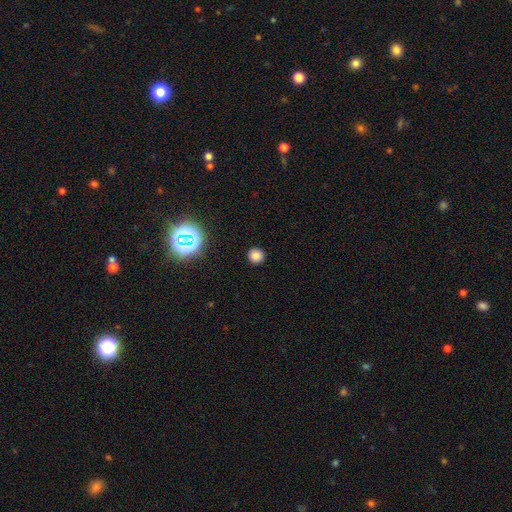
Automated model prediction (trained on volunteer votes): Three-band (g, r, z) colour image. It shows a smooth galaxy with no disk features (79%) that is round (93%). Merging: none (91%).